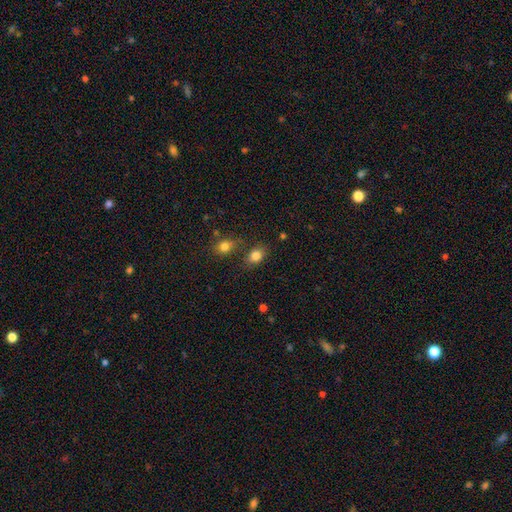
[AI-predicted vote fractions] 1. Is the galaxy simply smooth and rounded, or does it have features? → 82% smooth, 11% star or artifact, 7% featured or disk.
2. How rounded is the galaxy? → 70% in between, 29% round, 1% cigar-shaped.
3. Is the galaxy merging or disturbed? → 67% none, 15% minor disturbance, 14% merger, 5% major disturbance.